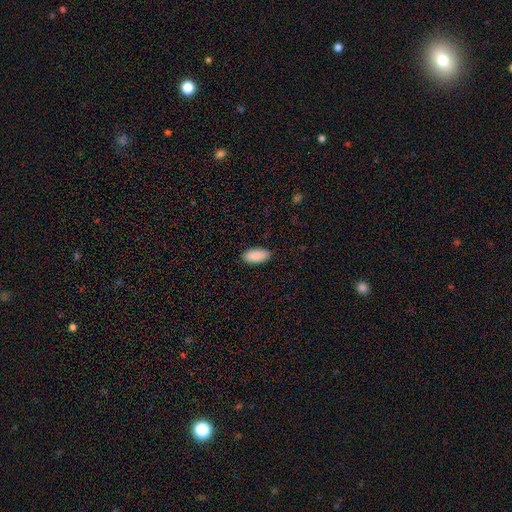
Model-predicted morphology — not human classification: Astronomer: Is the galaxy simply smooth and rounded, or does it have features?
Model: smooth — 91%.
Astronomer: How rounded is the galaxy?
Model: in between — 91%.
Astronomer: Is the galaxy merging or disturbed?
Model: none — 89%.